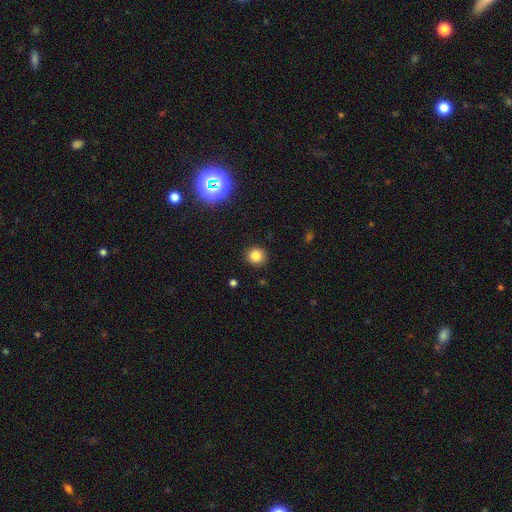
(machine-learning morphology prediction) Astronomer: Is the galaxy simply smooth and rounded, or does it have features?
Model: smooth — 82%.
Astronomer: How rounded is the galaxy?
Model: round — 91%.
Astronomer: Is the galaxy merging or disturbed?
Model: none — 90%.